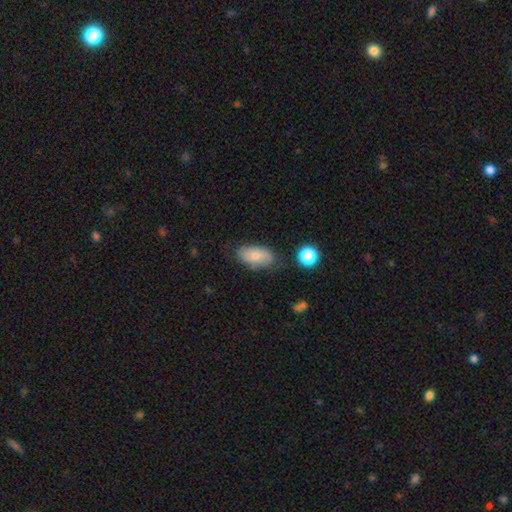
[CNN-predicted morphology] A smooth galaxy with no disk features (72%) that is in between round and cigar-shaped (92%). Merging: none (72%).